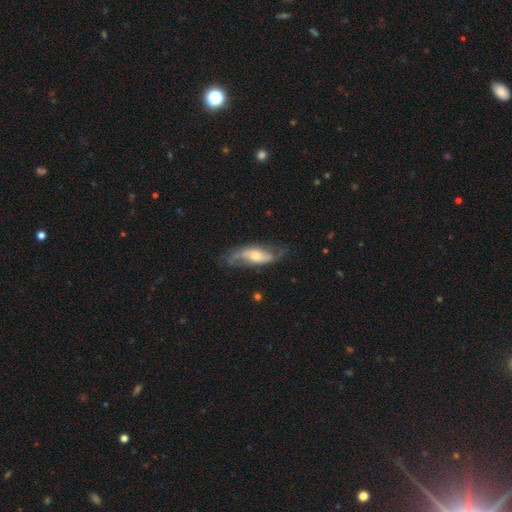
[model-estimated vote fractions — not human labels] Morphology: type=featured or disk (71%); edge-on=no (85%); bar=no (55%); spiral arms=yes (88%); winding=loose (58%); arm count=2 (82%); bulge=moderate (54%); merging=none (62%).